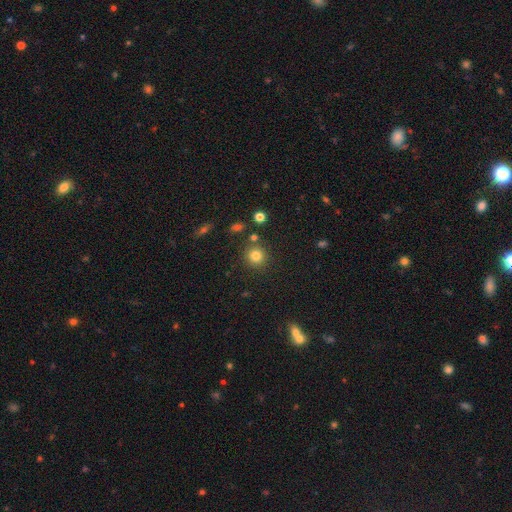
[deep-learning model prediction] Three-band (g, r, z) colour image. It shows a smooth galaxy with no disk features (81%) that is round (92%). Merging: none (85%).